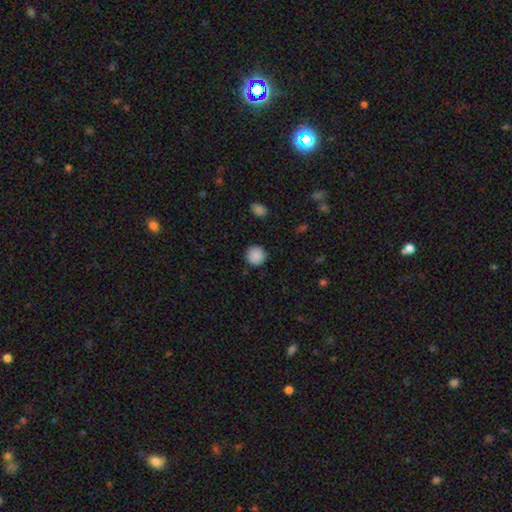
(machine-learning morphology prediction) Smooth or featured?
  - smooth: 89% *
  - star or artifact: 9%
  - featured or disk: 3%
How rounded?
  - round: 95% *
  - in between: 4%
  - cigar-shaped: 1%
Merging?
  - none: 91% *
  - minor disturbance: 6%
  - major disturbance: 2%
  - merger: 1%